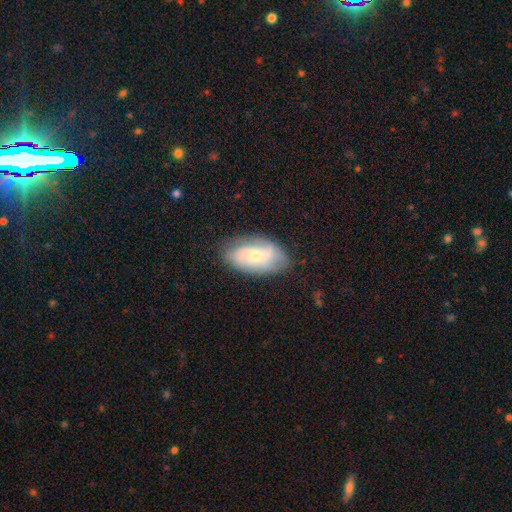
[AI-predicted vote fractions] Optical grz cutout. It shows a featured or disk galaxy (57%) with no bar (63%), spiral arms (81%) and a small central bulge (52%). Merging: none (73%).